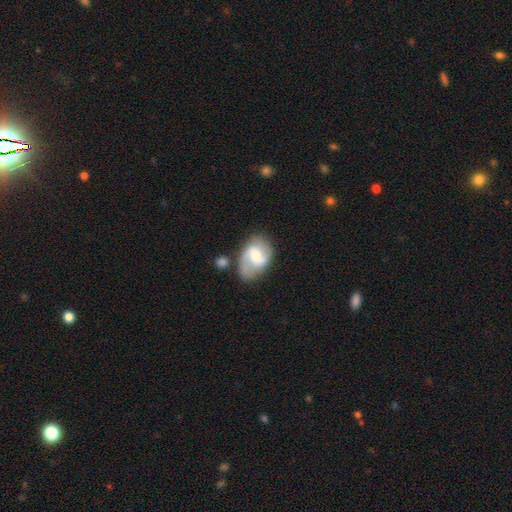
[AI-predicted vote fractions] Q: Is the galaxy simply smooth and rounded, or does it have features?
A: featured or disk — 67%.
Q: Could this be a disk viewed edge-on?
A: no — 97%.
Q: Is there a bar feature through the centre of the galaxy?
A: weak — 52%.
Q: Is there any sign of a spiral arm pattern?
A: yes — 89%.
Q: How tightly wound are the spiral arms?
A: medium — 45%.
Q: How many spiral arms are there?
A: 2 — 81%.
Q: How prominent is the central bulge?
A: moderate — 49%.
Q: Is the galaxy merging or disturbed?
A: none — 58%.